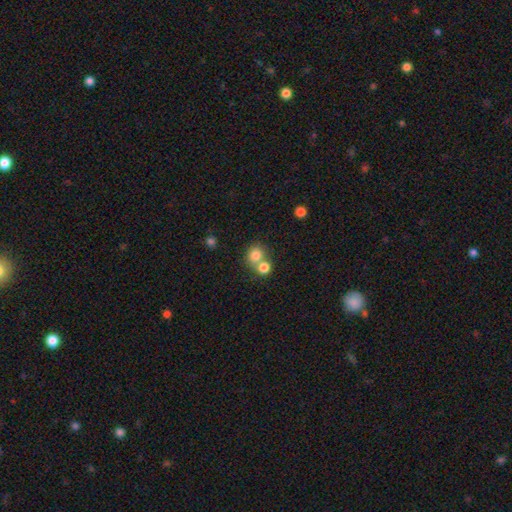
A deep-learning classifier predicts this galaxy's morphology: Q: Smooth or featured?
A: smooth (80%); runner-up: star or artifact (12%)
Q: How rounded?
A: round (82%); runner-up: in between (17%)
Q: Merging?
A: none (47%); runner-up: merger (43%)